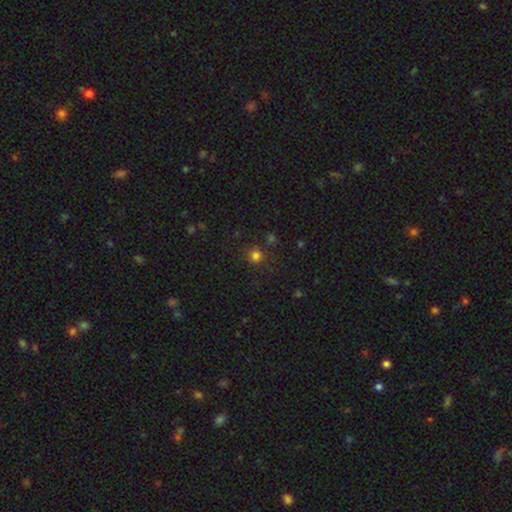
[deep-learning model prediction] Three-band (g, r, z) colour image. It shows a smooth galaxy with no disk features (77%) that is round (93%). Merging: none (83%).